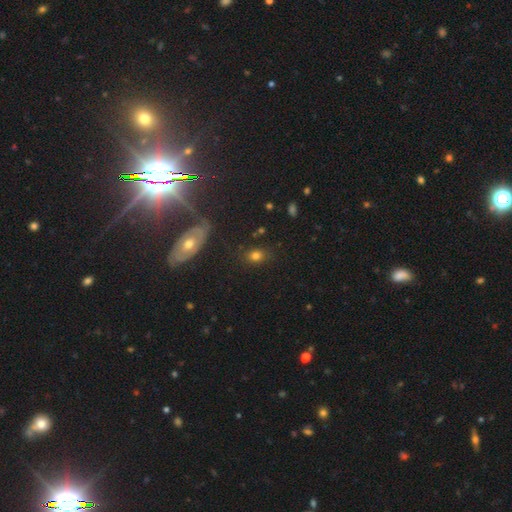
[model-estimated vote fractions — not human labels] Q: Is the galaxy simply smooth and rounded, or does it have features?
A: smooth — 73%.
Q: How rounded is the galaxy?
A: in between — 53%.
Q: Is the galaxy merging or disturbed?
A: none — 79%.